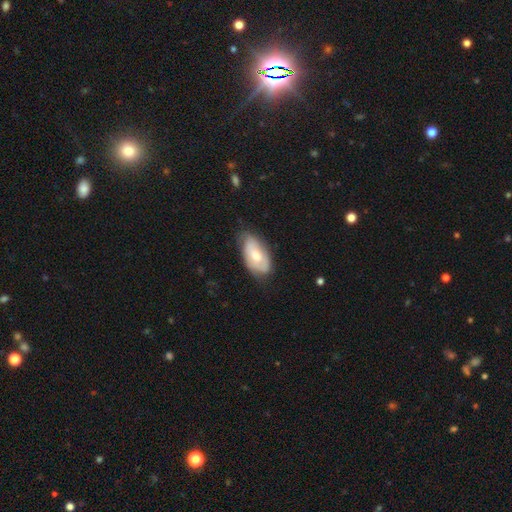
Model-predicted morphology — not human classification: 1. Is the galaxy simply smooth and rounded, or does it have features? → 56% smooth, 39% featured or disk, 6% star or artifact.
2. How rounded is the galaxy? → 93% in between, 3% cigar-shaped, 3% round.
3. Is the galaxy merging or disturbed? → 60% none, 32% minor disturbance, 7% major disturbance, 2% merger.